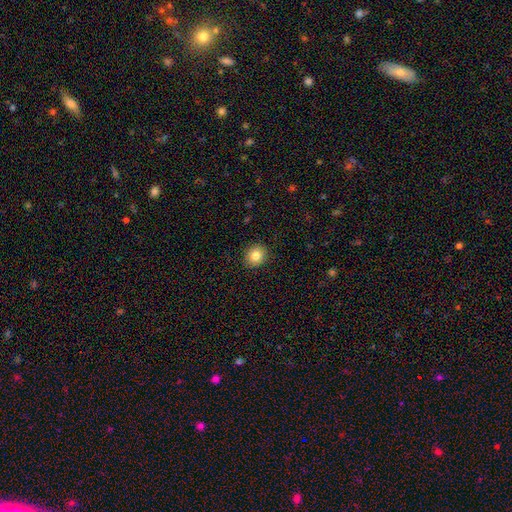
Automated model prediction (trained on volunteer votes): A smooth galaxy with no disk features (83%) that is round (84%).

Vote fractions:
- Smooth or featured? smooth: 83% / star or artifact: 10% / featured or disk: 8%
- How rounded? round: 84% / in between: 16% / cigar-shaped: 1%
- Merging? none: 91% / minor disturbance: 6% / major disturbance: 2% / merger: 1%